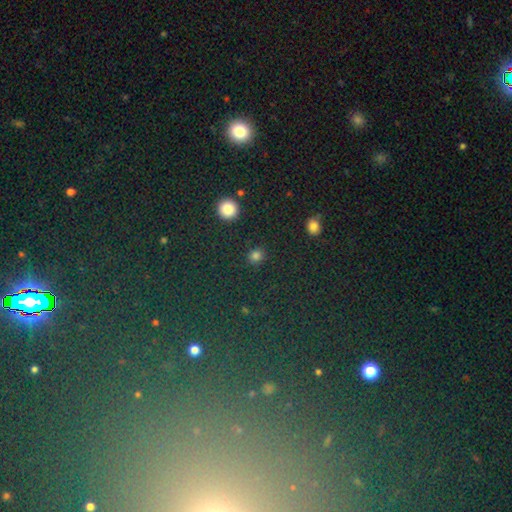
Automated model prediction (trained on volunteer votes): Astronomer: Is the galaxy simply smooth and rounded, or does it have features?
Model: smooth — 80%.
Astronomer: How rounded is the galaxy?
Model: round — 85%.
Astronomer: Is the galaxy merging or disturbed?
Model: none — 88%.